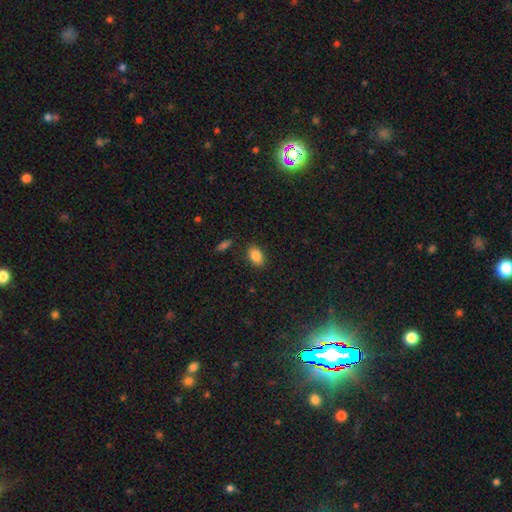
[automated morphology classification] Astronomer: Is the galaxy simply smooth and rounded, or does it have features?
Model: smooth — 86%.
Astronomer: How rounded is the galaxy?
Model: in between — 87%.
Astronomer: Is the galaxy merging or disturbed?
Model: none — 86%.